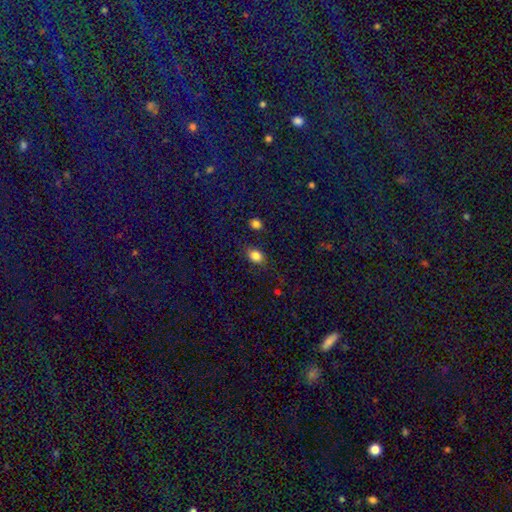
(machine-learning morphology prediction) Smooth or featured?
  - smooth: 84% *
  - star or artifact: 10%
  - featured or disk: 6%
How rounded?
  - in between: 74% *
  - round: 24%
  - cigar-shaped: 2%
Merging?
  - none: 79% *
  - minor disturbance: 14%
  - major disturbance: 4%
  - merger: 3%